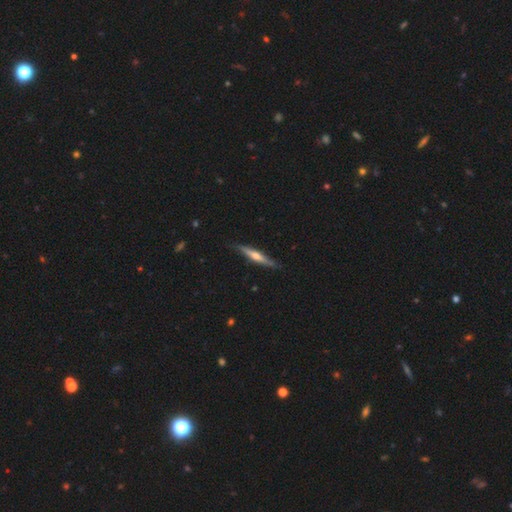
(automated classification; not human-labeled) Smooth or featured? featured or disk (59%)
Edge-on disk? yes (95%)
Edge-on bulge? rounded (79%)
Merging? none (84%)